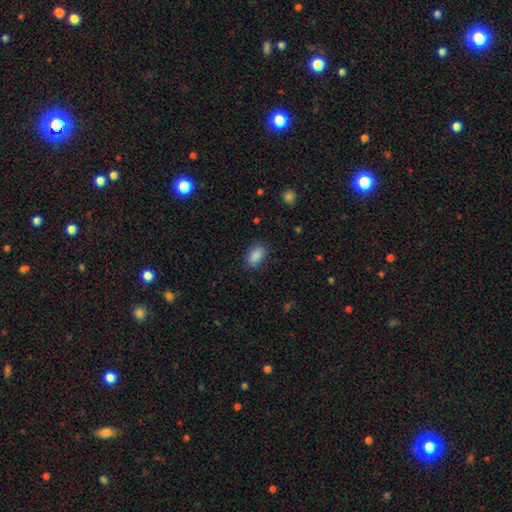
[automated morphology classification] The model was most divided on "merging": none: 81%, minor disturbance: 14%, major disturbance: 4%, merger: 1%. More confident: how rounded — in between (88%); smooth or featured — smooth (88%).